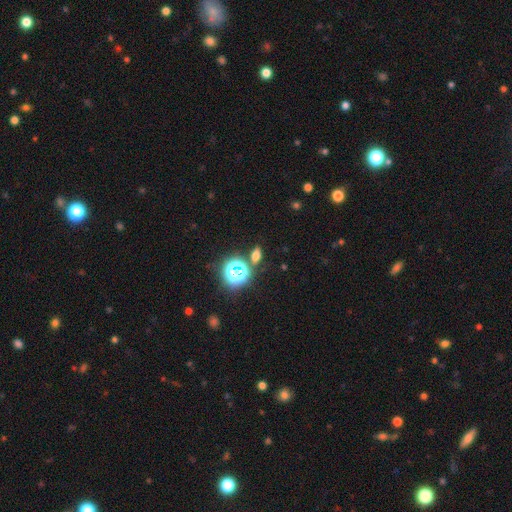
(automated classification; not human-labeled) smooth-or-featured: smooth: 57% | star or artifact: 32% | featured or disk: 12%
  how-rounded: in between: 72% | round: 20% | cigar-shaped: 9%
  merging: none: 81% | minor disturbance: 9% | merger: 7% | major disturbance: 3%